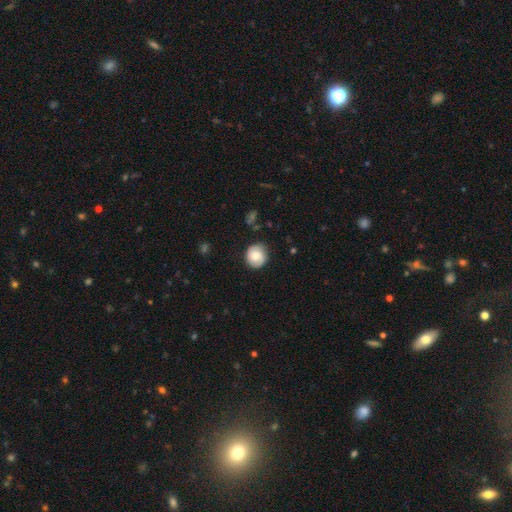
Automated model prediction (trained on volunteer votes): Smooth or featured? Predicted: smooth (p=0.68). How rounded? Predicted: round (p=0.85). Merging? Predicted: none (p=0.82).